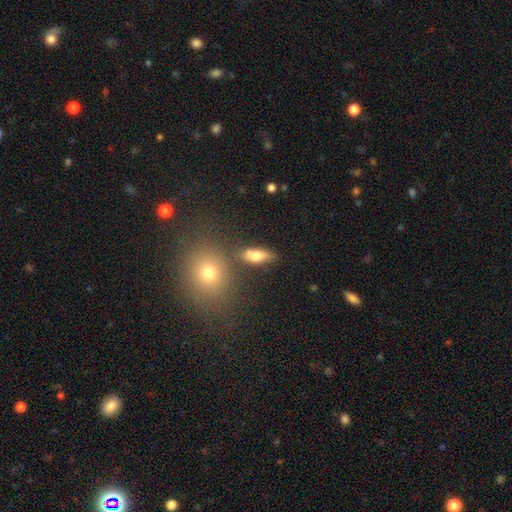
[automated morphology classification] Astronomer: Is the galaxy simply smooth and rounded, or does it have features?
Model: smooth — 75%.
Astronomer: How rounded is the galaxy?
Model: in between — 74%.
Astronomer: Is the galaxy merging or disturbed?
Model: none — 71%.